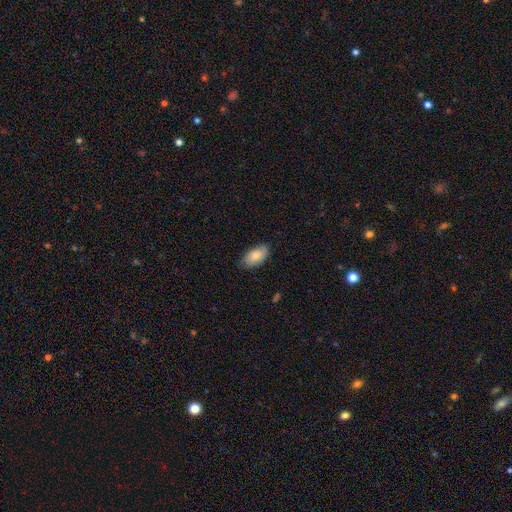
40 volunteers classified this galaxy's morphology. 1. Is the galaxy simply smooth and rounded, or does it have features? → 78% smooth, 15% featured or disk, 8% star or artifact.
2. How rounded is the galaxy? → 97% in between, 3% round, 0% cigar-shaped.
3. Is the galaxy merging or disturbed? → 73% none, 27% minor disturbance, 0% major disturbance, 0% merger.